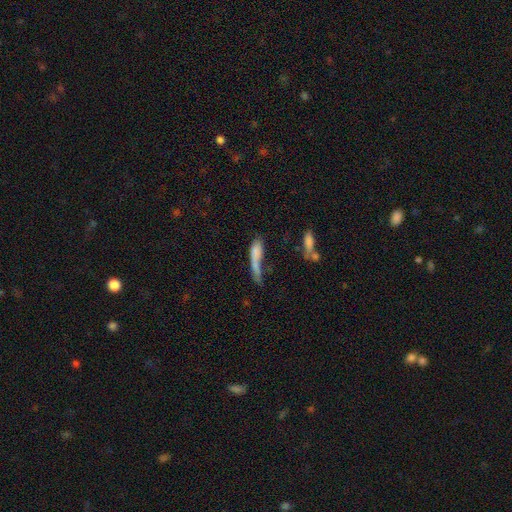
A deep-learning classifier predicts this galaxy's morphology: Smooth or featured?
  - smooth: 68% *
  - featured or disk: 23%
  - star or artifact: 9%
How rounded?
  - cigar-shaped: 68% *
  - in between: 29%
  - round: 3%
Merging?
  - major disturbance: 31% *
  - none: 26%
  - merger: 22%
  - minor disturbance: 21%